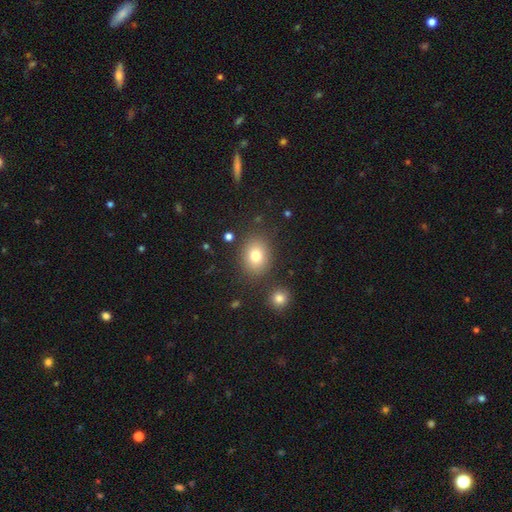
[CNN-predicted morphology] smooth 79%, star or artifact 12%, featured or disk 10%. Down the decision tree: how rounded — round (51%); merging — none (83%).